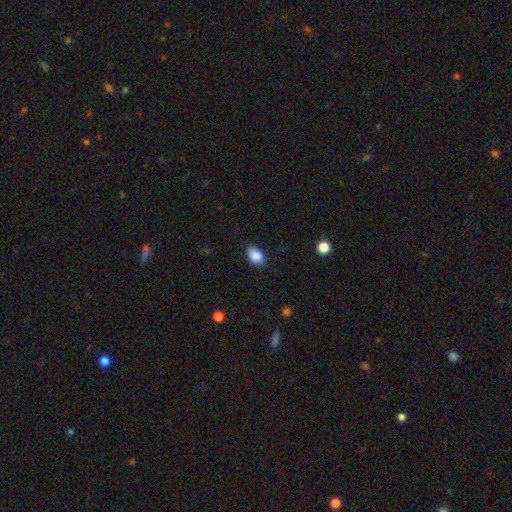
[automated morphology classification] Smooth or featured? smooth (88%)
How rounded? in between (85%)
Merging? none (75%)